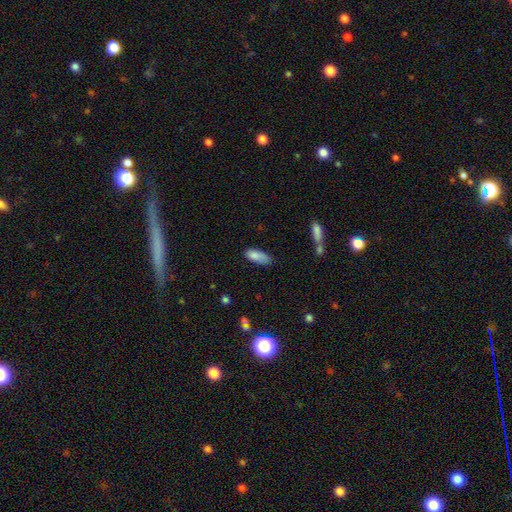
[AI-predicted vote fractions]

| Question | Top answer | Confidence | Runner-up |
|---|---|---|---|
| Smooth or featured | smooth | 84% | featured or disk (9%) |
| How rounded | in between | 77% | cigar-shaped (20%) |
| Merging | none | 55% | minor disturbance (32%) |